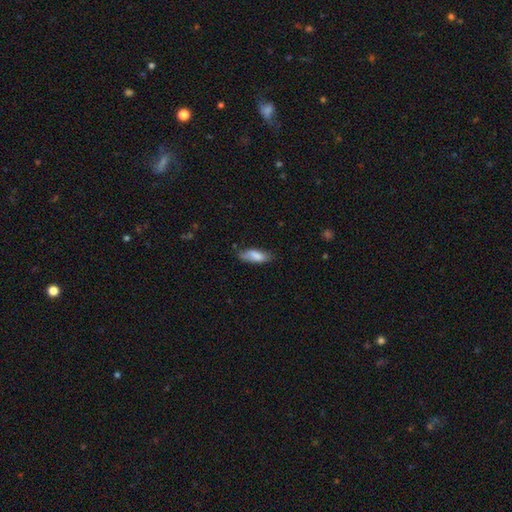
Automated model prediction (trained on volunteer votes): This appears to be a smooth galaxy with no disk features (80%) that is in between round and cigar-shaped (68%). Merging: none (65%).